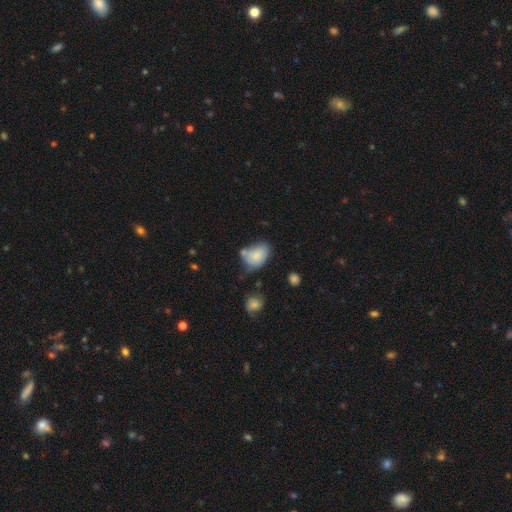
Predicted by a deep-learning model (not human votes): smooth-or-featured: smooth: 80% | featured or disk: 11% | star or artifact: 8%
  how-rounded: in between: 78% | round: 21% | cigar-shaped: 1%
  merging: none: 46% | minor disturbance: 30% | merger: 15% | major disturbance: 10%